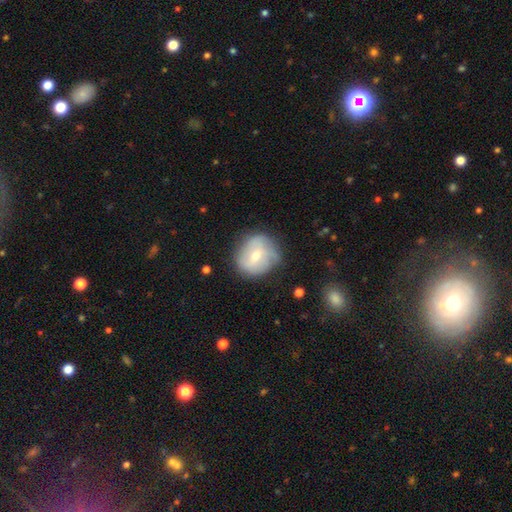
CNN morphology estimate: Overall: smooth (52%; featured or disk 40%). How rounded: round (80%). Merging: none (65%).